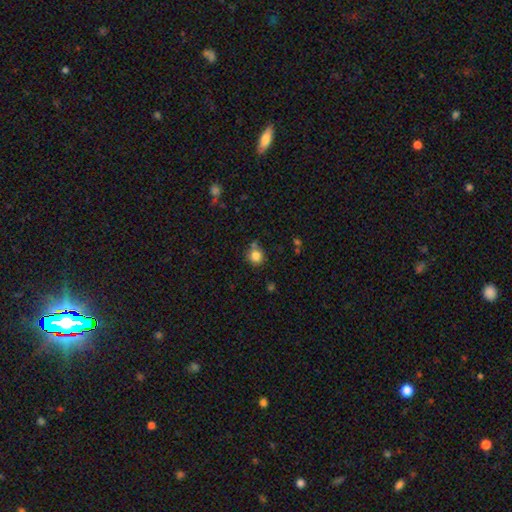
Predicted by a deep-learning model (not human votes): Smooth or featured: smooth — 83% (star or artifact — 11%)
How rounded: round — 87% (in between — 12%)
Merging: none — 70% (minor disturbance — 14%)